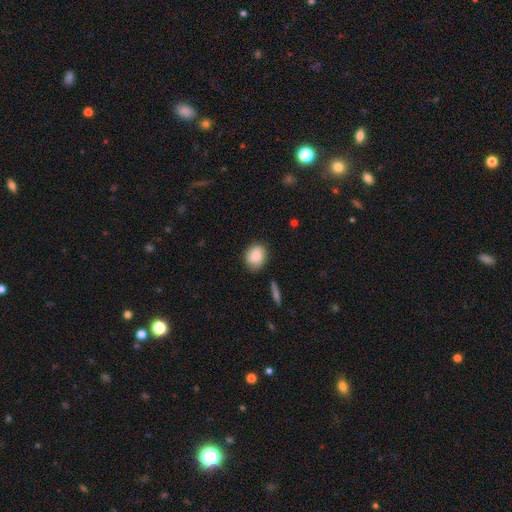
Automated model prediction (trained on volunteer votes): Smooth or featured: smooth — 80% (featured or disk — 12%)
How rounded: round — 55% (in between — 43%)
Merging: none — 75% (minor disturbance — 19%)